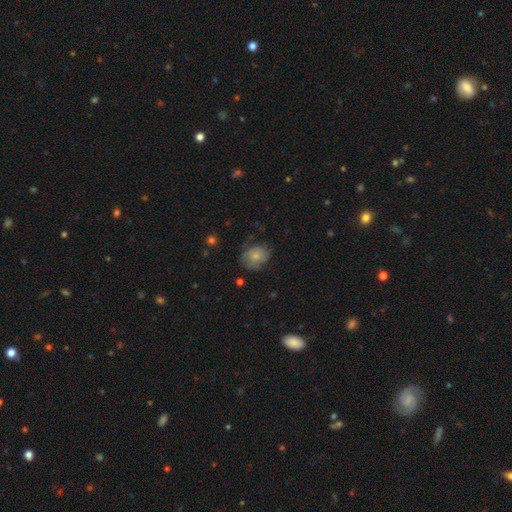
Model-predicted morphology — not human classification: Smooth or featured?
  - smooth: 64% *
  - featured or disk: 27%
  - star or artifact: 8%
How rounded?
  - in between: 51% *
  - round: 48%
  - cigar-shaped: 1%
Merging?
  - none: 58% *
  - minor disturbance: 28%
  - major disturbance: 12%
  - merger: 2%